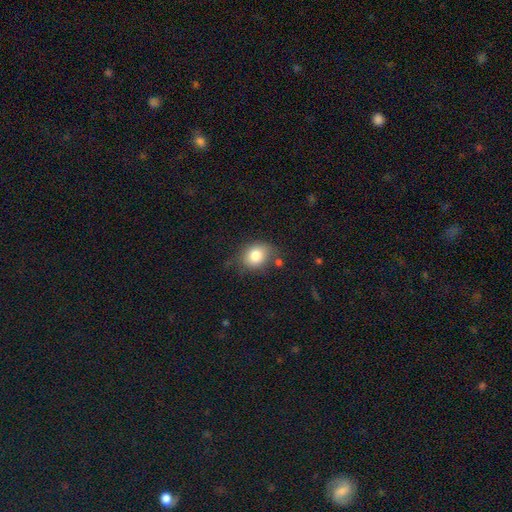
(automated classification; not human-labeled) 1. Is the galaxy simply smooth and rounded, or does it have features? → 81% smooth, 10% featured or disk, 10% star or artifact.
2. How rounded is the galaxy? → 52% round, 47% in between, 1% cigar-shaped.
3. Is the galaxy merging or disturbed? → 68% none, 21% minor disturbance, 6% major disturbance, 5% merger.